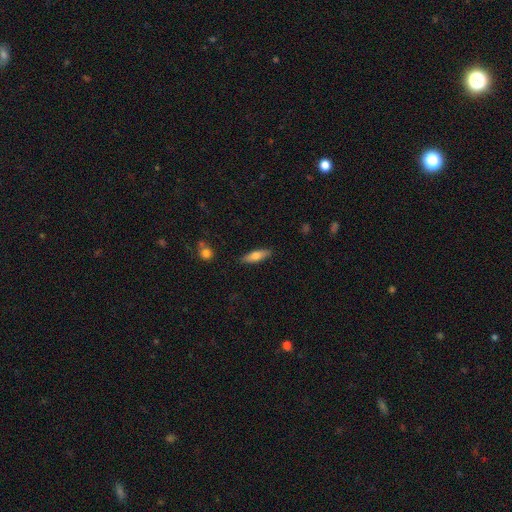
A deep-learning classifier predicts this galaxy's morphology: smooth_or_featured: smooth (p=0.67) [alt: featured or disk p=0.26]
how_rounded: cigar-shaped (p=0.55) [alt: in between p=0.43]
merging: none (p=0.87) [alt: minor disturbance p=0.10]